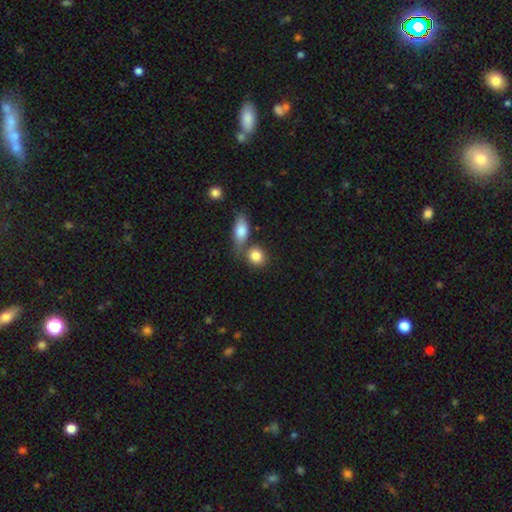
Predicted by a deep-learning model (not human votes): Smooth or featured?
  - smooth: 84% *
  - star or artifact: 8%
  - featured or disk: 7%
How rounded?
  - round: 67% *
  - in between: 30%
  - cigar-shaped: 2%
Merging?
  - none: 51% *
  - merger: 35%
  - minor disturbance: 10%
  - major disturbance: 4%